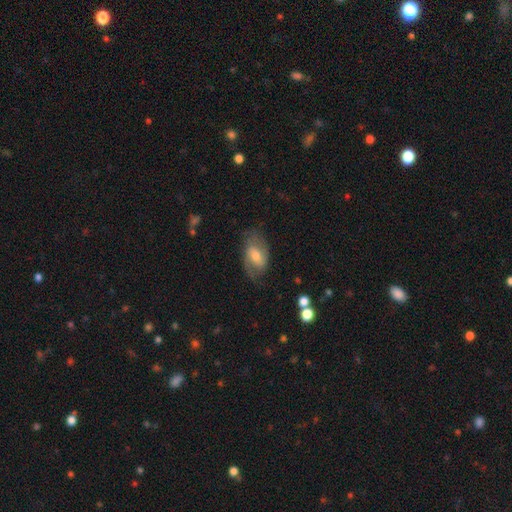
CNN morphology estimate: Smooth or featured? featured or disk (65%)
Edge-on disk? no (95%)
Bar? weak (50%)
Spiral arms? yes (88%)
Spiral winding? medium (48%)
Spiral arm count? 2 (80%)
Bulge size? moderate (59%)
Merging? none (68%)